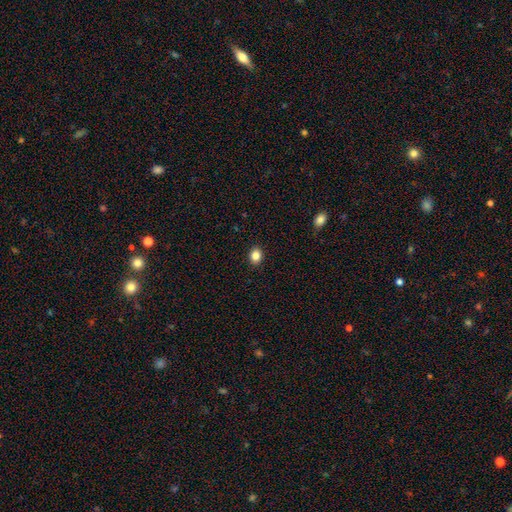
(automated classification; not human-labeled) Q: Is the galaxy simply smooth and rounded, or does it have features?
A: smooth — 85%.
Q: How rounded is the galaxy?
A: round — 57%.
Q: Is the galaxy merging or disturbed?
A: none — 91%.